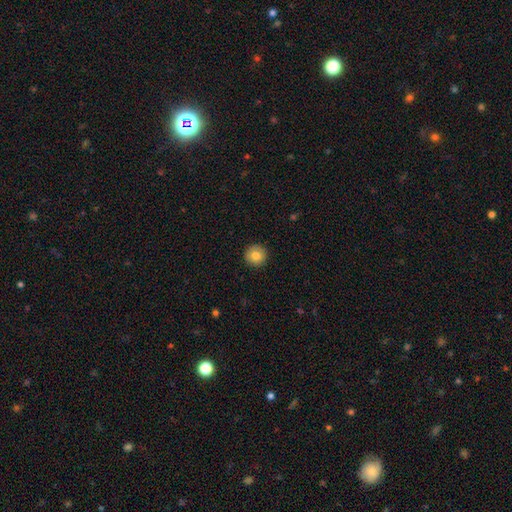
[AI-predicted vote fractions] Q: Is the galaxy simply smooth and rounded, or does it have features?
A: smooth — 81%.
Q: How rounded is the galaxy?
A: round — 96%.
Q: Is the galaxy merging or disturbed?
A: none — 92%.